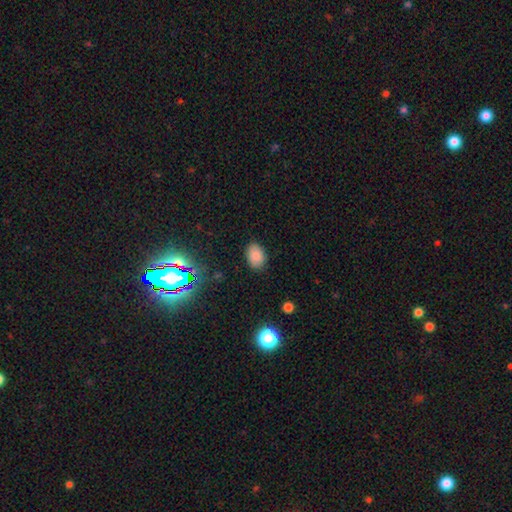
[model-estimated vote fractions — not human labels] The model was most divided on "how rounded": in between: 83%, round: 16%, cigar-shaped: 1%. More confident: smooth or featured — smooth (84%); merging — none (84%).